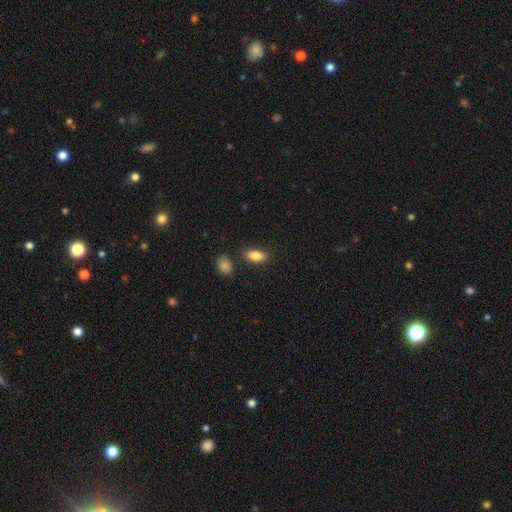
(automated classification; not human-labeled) Smooth or featured? smooth (86%)
How rounded? in between (90%)
Merging? none (83%)